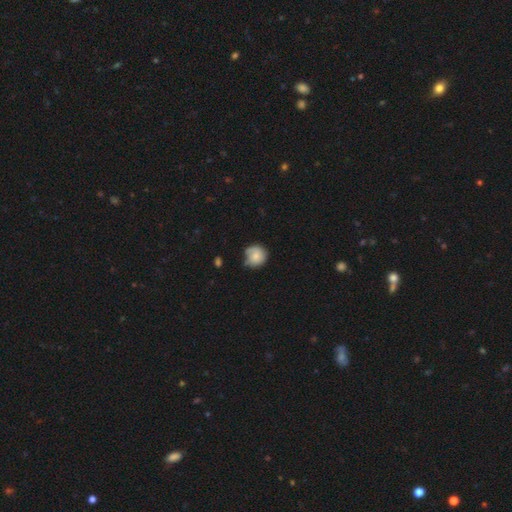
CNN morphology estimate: Smooth or featured? Predicted: smooth (p=0.70). How rounded? Predicted: round (p=0.86). Merging? Predicted: none (p=0.56).